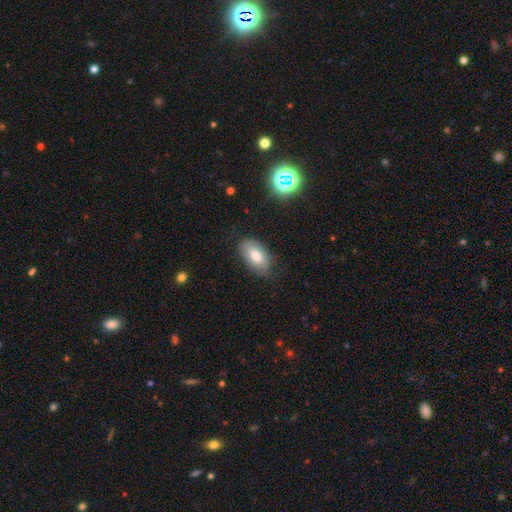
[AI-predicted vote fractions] smooth-or-featured: smooth: 76% | featured or disk: 16% | star or artifact: 8%
  how-rounded: in between: 94% | round: 4% | cigar-shaped: 3%
  merging: none: 74% | minor disturbance: 20% | major disturbance: 4% | merger: 1%